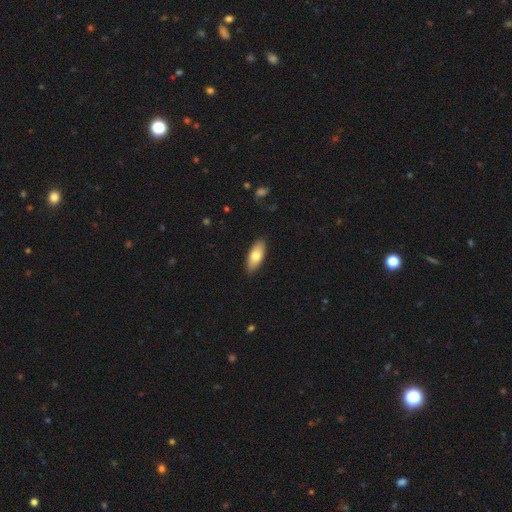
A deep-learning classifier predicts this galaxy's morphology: This appears to be a smooth galaxy with no disk features (75%) that is in between round and cigar-shaped (81%). Merging: none (88%).